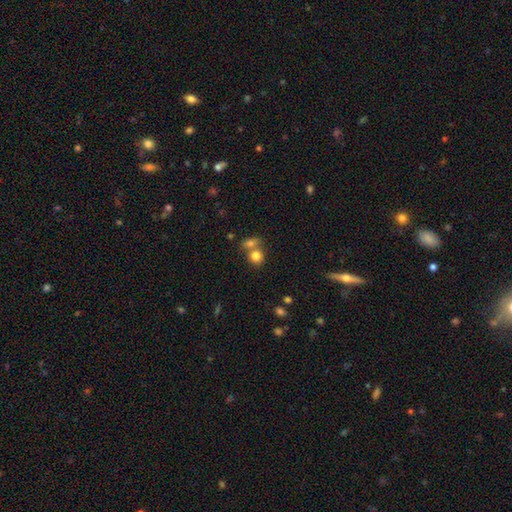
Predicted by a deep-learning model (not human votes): Q: Smooth or featured?
A: smooth (80%); runner-up: star or artifact (11%)
Q: How rounded?
A: round (76%); runner-up: in between (23%)
Q: Merging?
A: merger (46%); runner-up: none (42%)